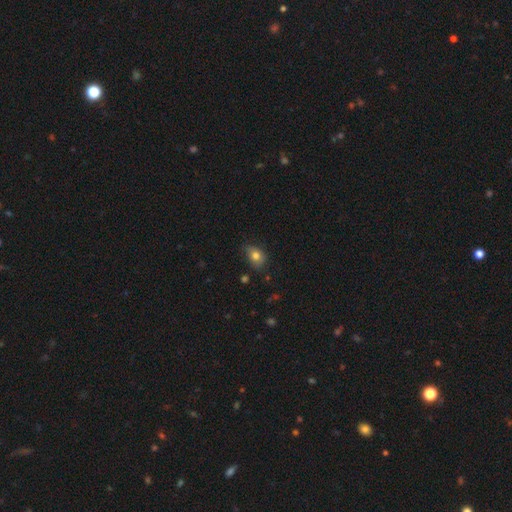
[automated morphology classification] Smooth or featured: smooth — 76% (featured or disk — 14%)
How rounded: in between — 65% (round — 33%)
Merging: none — 54% (minor disturbance — 35%)